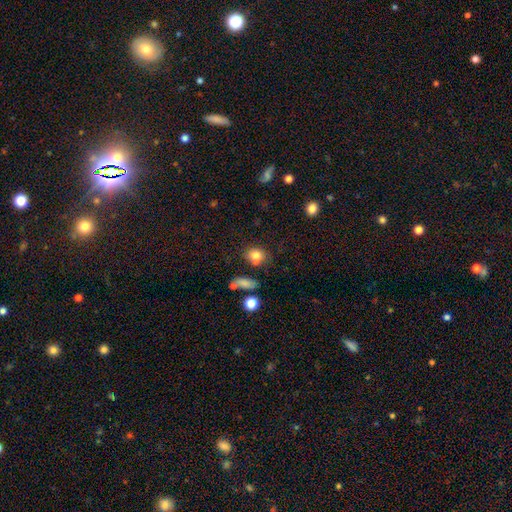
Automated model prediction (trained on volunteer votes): smooth 80%, star or artifact 11%, featured or disk 9%. Down the decision tree: how rounded — round (56%); merging — none (65%).